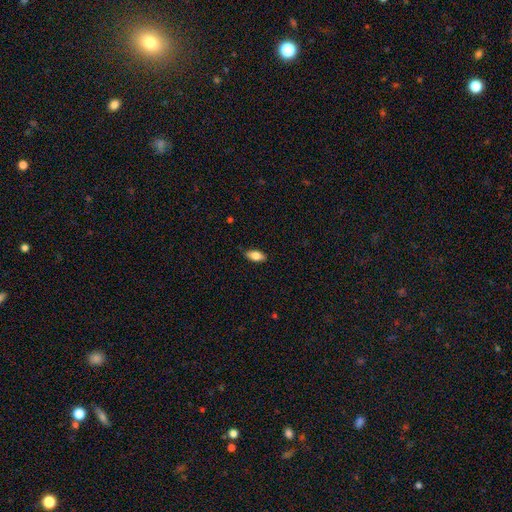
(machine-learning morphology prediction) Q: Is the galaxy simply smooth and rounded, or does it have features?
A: smooth — 80%.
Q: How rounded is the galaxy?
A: in between — 89%.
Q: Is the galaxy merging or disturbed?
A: none — 83%.